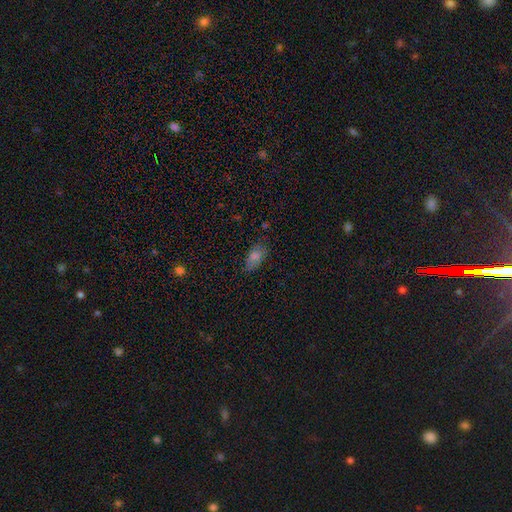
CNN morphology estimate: This appears to be a smooth galaxy with no disk features (75%) that is in between round and cigar-shaped (88%). Merging: none (73%).